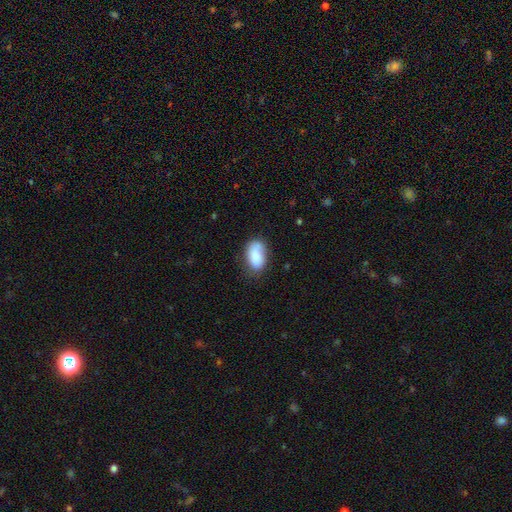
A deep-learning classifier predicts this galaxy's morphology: This is clearly a smooth galaxy (85%). How rounded: clearly in between (93%). Merging: likely none (67%).